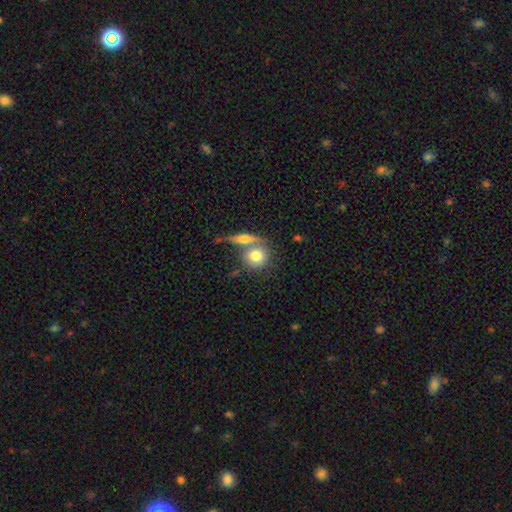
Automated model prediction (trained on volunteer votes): Smooth or featured? smooth (73%)
How rounded? round (78%)
Merging? none (46%)